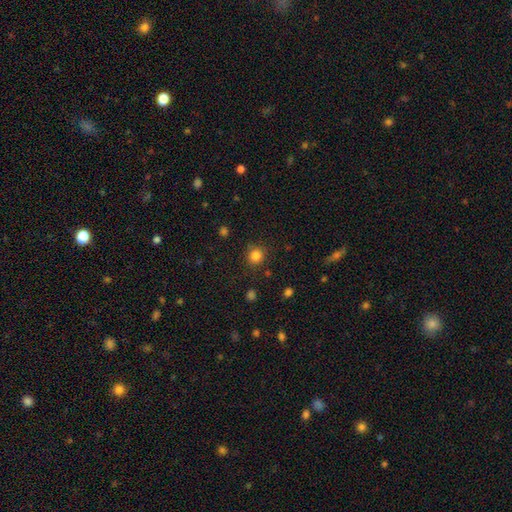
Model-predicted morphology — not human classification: smooth 83%, star or artifact 12%, featured or disk 5%. Down the decision tree: how rounded — round (91%); merging — none (86%).